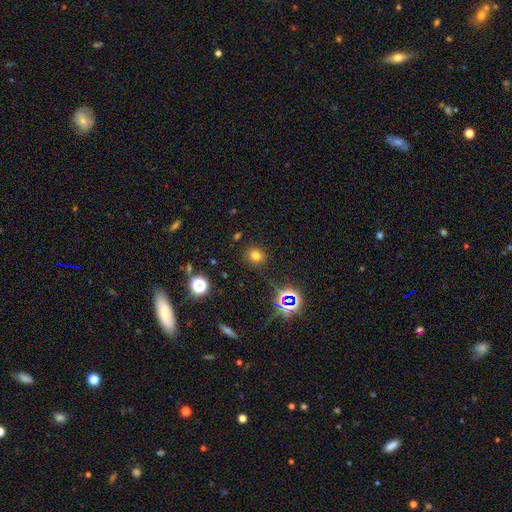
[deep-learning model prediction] smooth 71%, star or artifact 22%, featured or disk 8%. Down the decision tree: how rounded — round (73%); merging — none (85%).